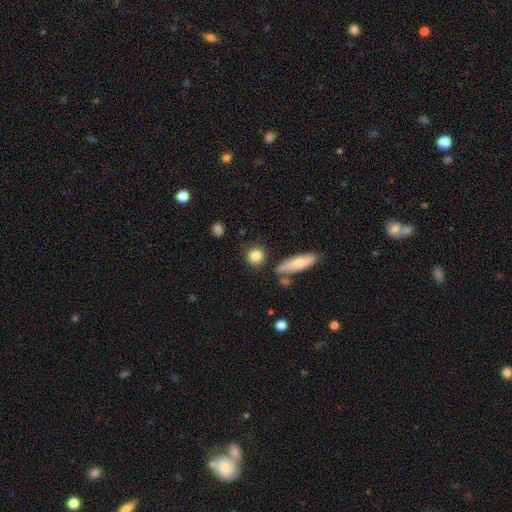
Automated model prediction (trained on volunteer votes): Smooth or featured: smooth — 84% (featured or disk — 8%)
How rounded: round — 84% (in between — 12%)
Merging: none — 82% (minor disturbance — 9%)